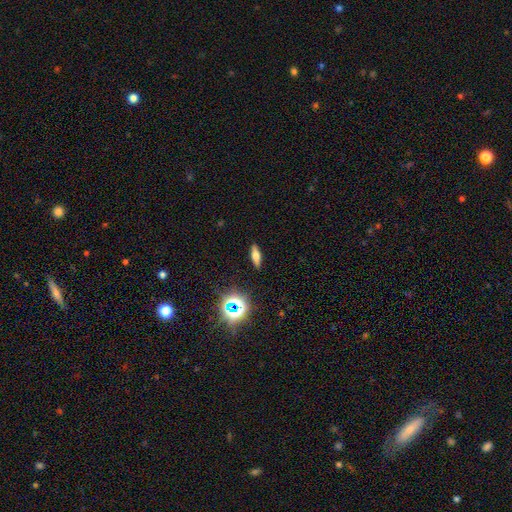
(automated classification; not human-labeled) This appears to be a smooth galaxy with no disk features (50%) that is cigar-shaped (52%). Merging: none (89%).